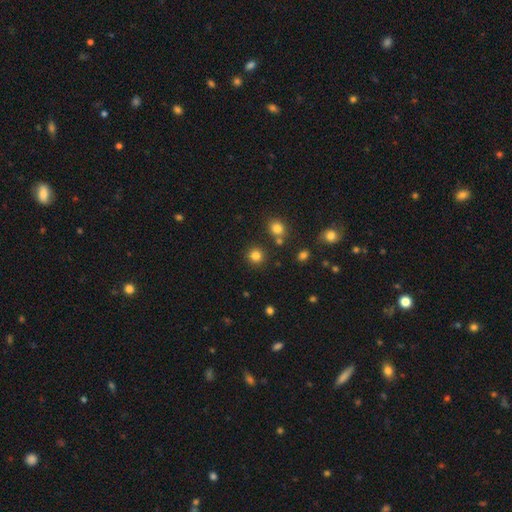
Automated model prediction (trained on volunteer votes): This appears to be a smooth galaxy with no disk features (82%) that is round (93%). Merging: none (87%).